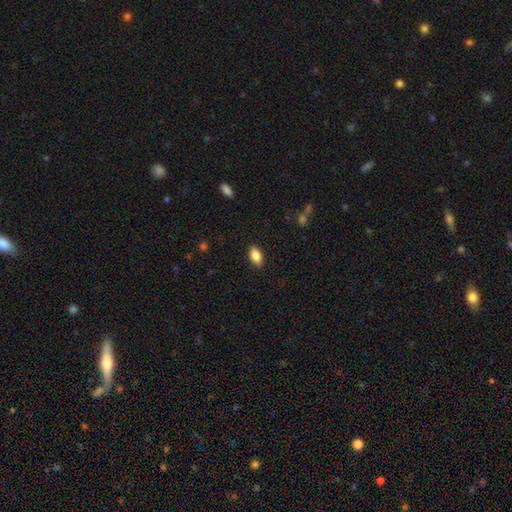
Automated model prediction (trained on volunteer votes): Smooth or featured: smooth — 82% (featured or disk — 10%)
How rounded: in between — 89% (cigar-shaped — 8%)
Merging: none — 87% (minor disturbance — 9%)